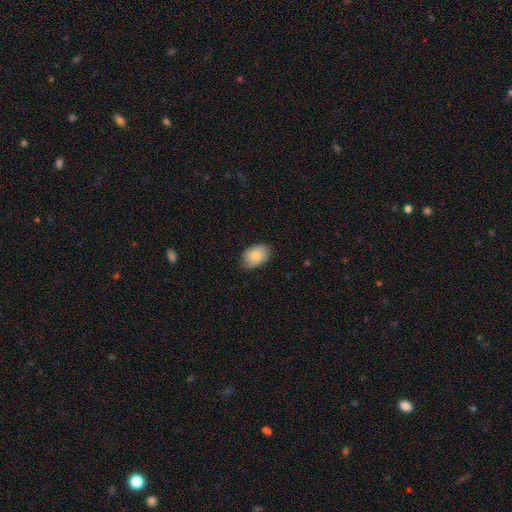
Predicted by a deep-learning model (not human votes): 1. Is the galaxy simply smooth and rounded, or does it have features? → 78% smooth, 15% featured or disk, 7% star or artifact.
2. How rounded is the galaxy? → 84% in between, 14% round, 1% cigar-shaped.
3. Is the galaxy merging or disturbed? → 72% none, 23% minor disturbance, 4% major disturbance, 1% merger.